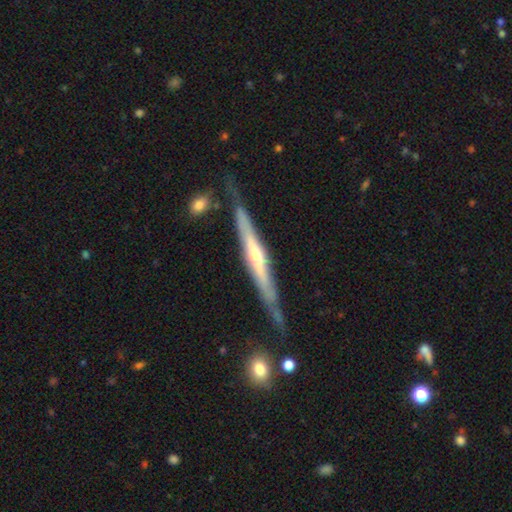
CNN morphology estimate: Smooth or featured? featured or disk (80%)
Edge-on disk? yes (94%)
Edge-on bulge? rounded (57%)
Merging? none (74%)